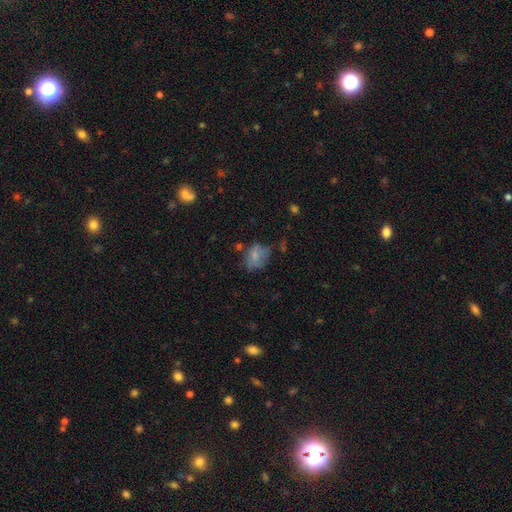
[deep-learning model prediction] This is likely a smooth galaxy (65%). How rounded: likely in between (60%). Merging: possibly none (47%).